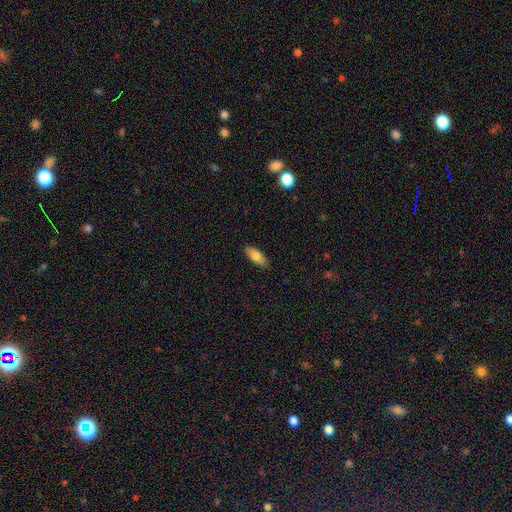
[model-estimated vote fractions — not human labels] smooth_or_featured: smooth (p=0.79) [alt: featured or disk p=0.15]
how_rounded: in between (p=0.78) [alt: cigar-shaped p=0.19]
merging: none (p=0.86) [alt: minor disturbance p=0.11]